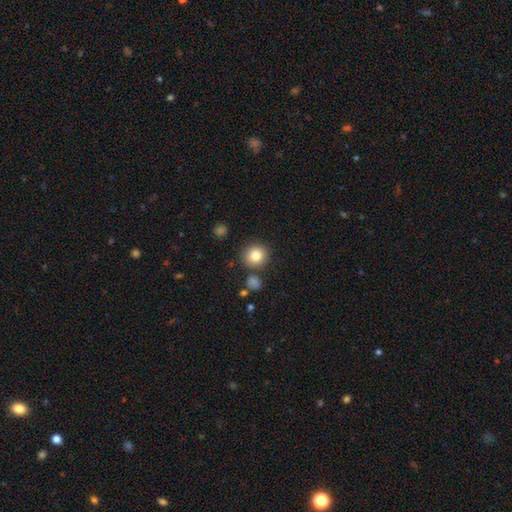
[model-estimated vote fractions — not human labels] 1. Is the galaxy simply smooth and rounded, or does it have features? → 83% smooth, 10% star or artifact, 7% featured or disk.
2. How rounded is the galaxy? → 89% round, 10% in between, 1% cigar-shaped.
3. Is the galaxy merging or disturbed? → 84% none, 8% minor disturbance, 5% merger, 3% major disturbance.